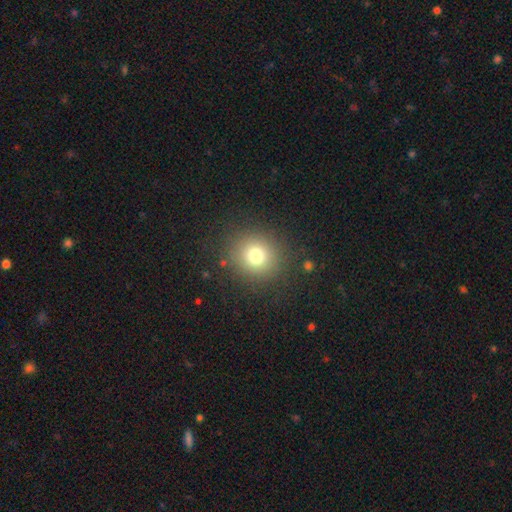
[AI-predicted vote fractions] Q: Smooth or featured?
A: smooth (75%); runner-up: star or artifact (15%)
Q: How rounded?
A: round (87%); runner-up: in between (12%)
Q: Merging?
A: none (86%); runner-up: minor disturbance (8%)